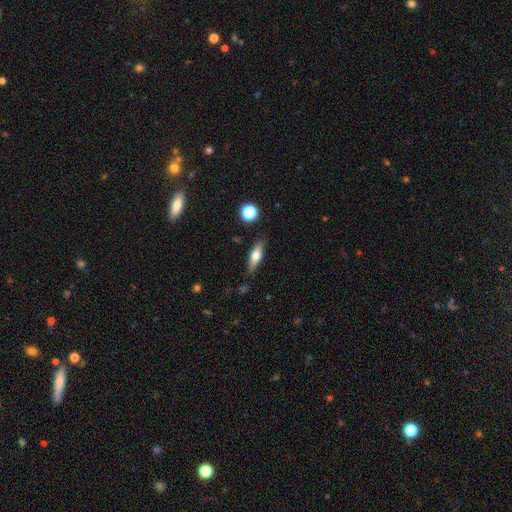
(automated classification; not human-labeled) A smooth galaxy with no disk features (57%) that is cigar-shaped (49%). Merging: none (83%).